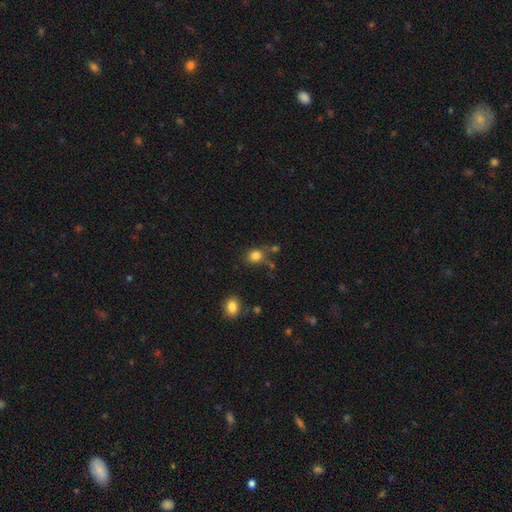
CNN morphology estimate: Q: Smooth or featured?
A: smooth (82%); runner-up: star or artifact (12%)
Q: How rounded?
A: round (67%); runner-up: in between (32%)
Q: Merging?
A: none (66%); runner-up: minor disturbance (17%)